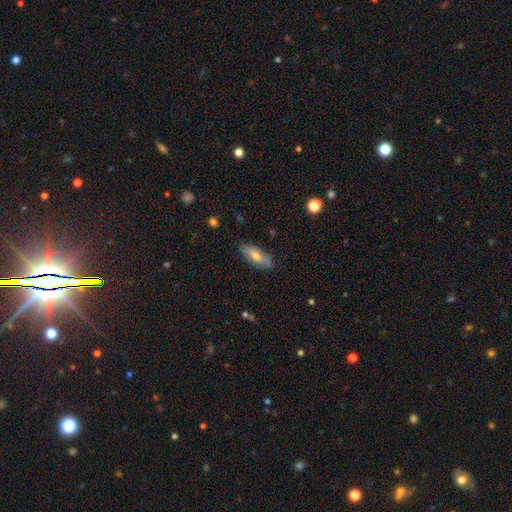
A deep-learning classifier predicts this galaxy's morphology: The model was most divided on "smooth or featured": smooth: 61%, featured or disk: 31%, star or artifact: 8%. More confident: merging — none (81%); how rounded — in between (71%).